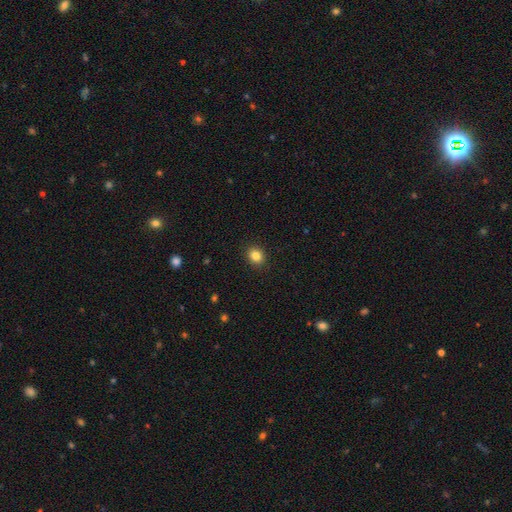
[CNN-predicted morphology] smooth_or_featured: smooth (p=0.85) [alt: star or artifact p=0.11]
how_rounded: round (p=0.65) [alt: in between p=0.34]
merging: none (p=0.91) [alt: minor disturbance p=0.06]